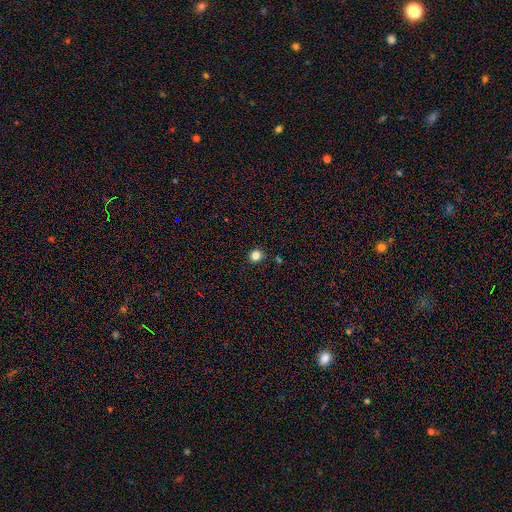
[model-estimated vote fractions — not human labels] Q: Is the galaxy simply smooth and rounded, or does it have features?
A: smooth — 83%.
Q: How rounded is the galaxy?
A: round — 89%.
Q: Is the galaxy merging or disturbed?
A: none — 90%.